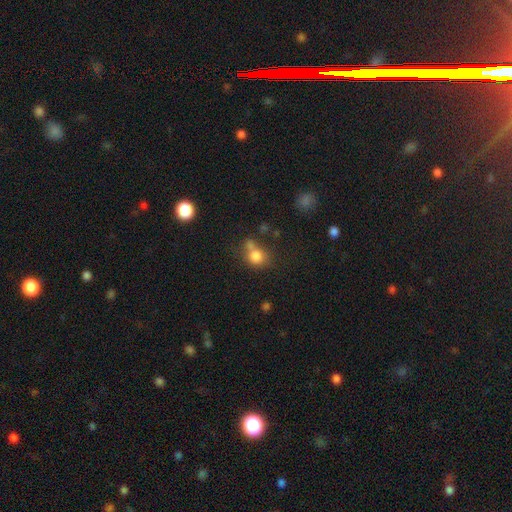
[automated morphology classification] The model was most divided on "merging": none: 47%, merger: 27%, minor disturbance: 18%, major disturbance: 8%. More confident: smooth or featured — smooth (79%); how rounded — round (72%).